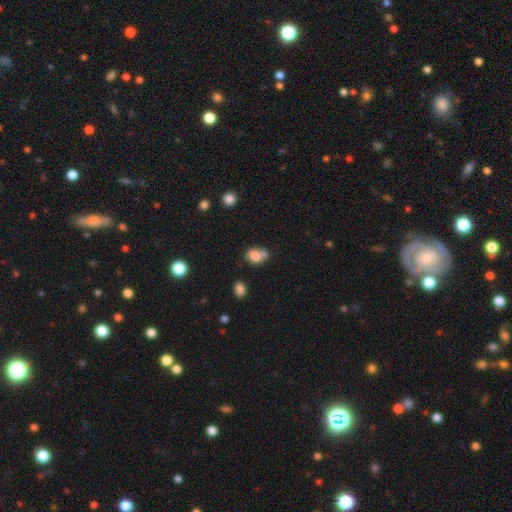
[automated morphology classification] The model was most divided on "how rounded": in between: 54%, round: 45%, cigar-shaped: 1%. Remaining: smooth or featured — smooth (79%); merging — merger (44%).